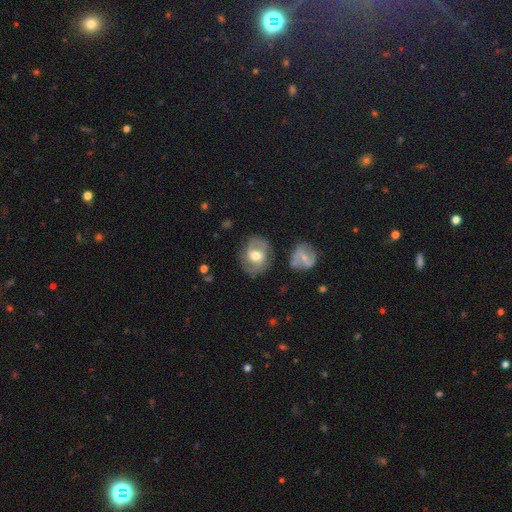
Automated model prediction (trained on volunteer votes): This appears to be a featured or disk galaxy (61%) with a weak bar (42%, tied with no), spiral arms (75%) and a moderate central bulge (72%). Merging: none (72%).